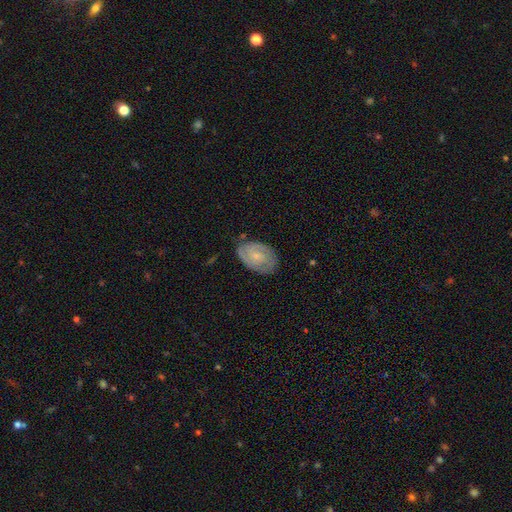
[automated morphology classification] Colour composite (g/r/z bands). It shows a featured or disk galaxy (68%) with no bar (59%), 2 (53%) tight (53%) spiral arms (90%) and a small central bulge (73%). Merging: none (73%).